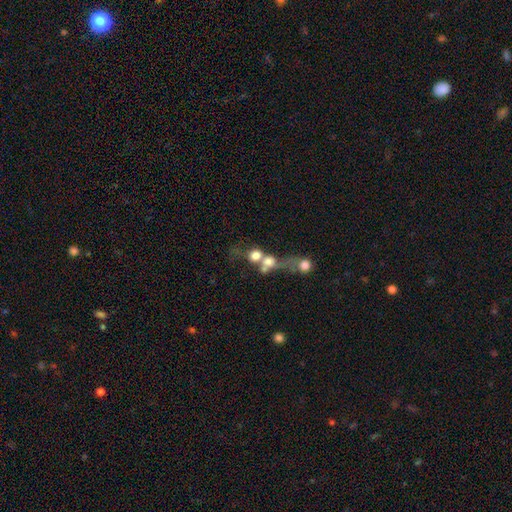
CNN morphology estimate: Smooth or featured? smooth (65%)
How rounded? round (71%)
Merging? merger (64%)